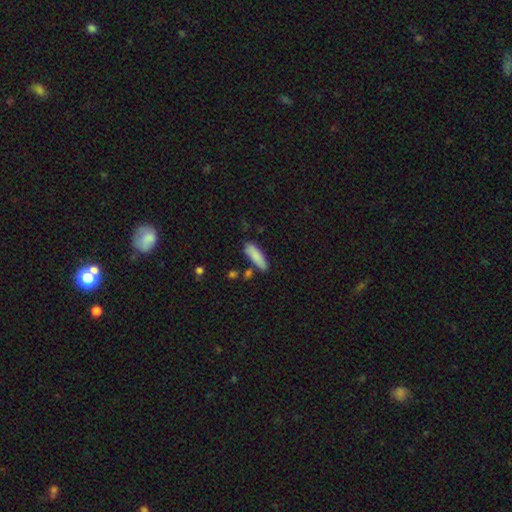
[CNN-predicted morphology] Smooth or featured?
  - smooth: 86% *
  - featured or disk: 8%
  - star or artifact: 6%
How rounded?
  - cigar-shaped: 59% *
  - in between: 39%
  - round: 2%
Merging?
  - none: 76% *
  - minor disturbance: 15%
  - merger: 5%
  - major disturbance: 3%